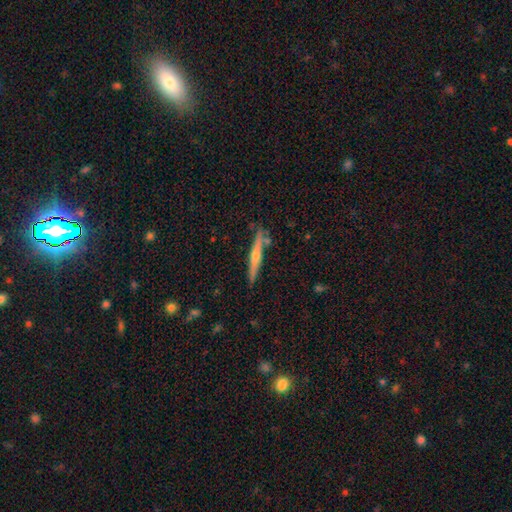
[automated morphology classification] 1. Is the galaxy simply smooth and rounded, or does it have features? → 66% featured or disk, 28% smooth, 6% star or artifact.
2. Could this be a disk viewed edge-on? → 97% yes, 3% no.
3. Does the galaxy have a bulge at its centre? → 83% rounded, 13% none, 5% boxy.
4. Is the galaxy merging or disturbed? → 81% none, 12% minor disturbance, 5% merger, 2% major disturbance.